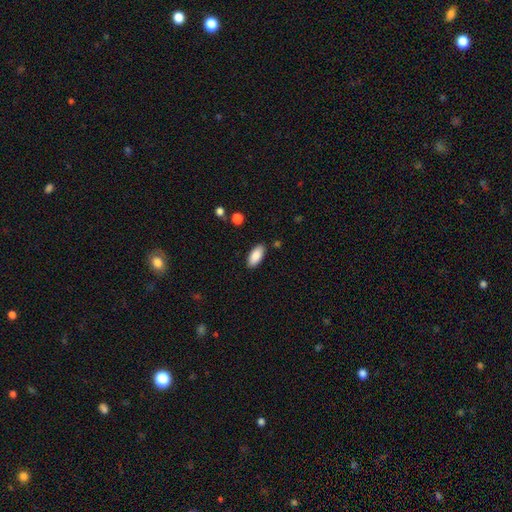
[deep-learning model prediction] Overall: smooth (88%). How rounded: in between (89%). Merging: none (87%).